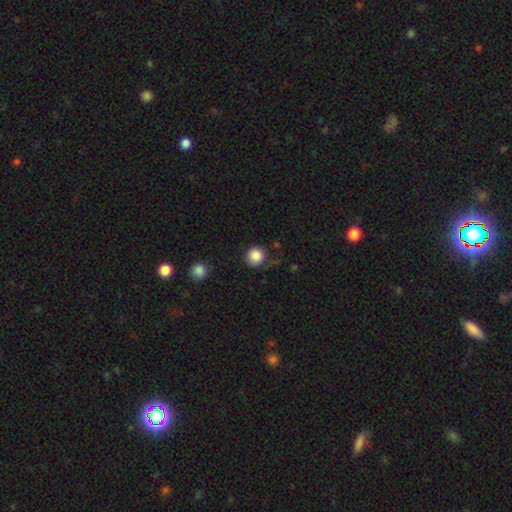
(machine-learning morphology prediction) This is clearly a smooth galaxy (87%). How rounded: clearly round (93%). Merging: likely none (73%).